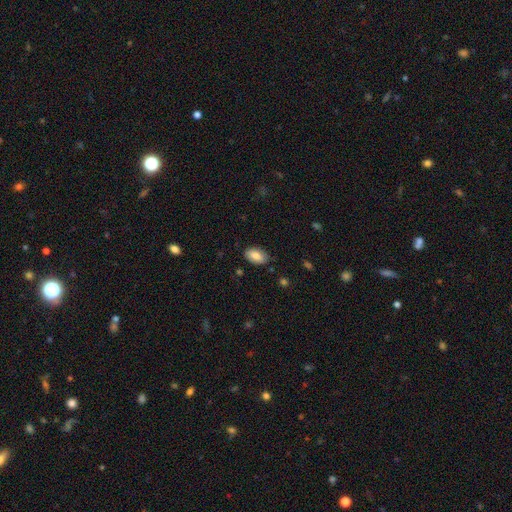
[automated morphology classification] smooth-or-featured: smooth: 83% | featured or disk: 10% | star or artifact: 7%
  how-rounded: in between: 93% | round: 5% | cigar-shaped: 2%
  merging: none: 83% | minor disturbance: 13% | major disturbance: 2% | merger: 1%